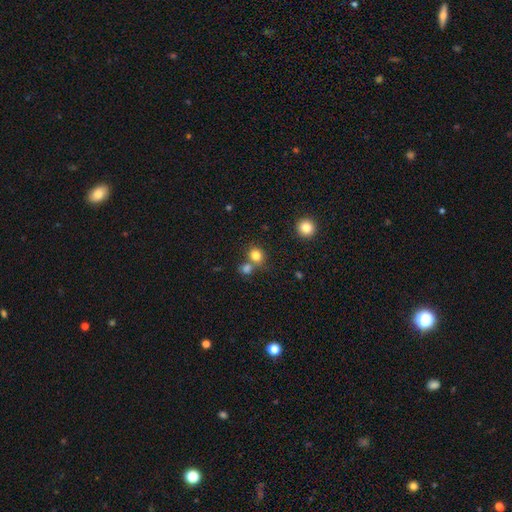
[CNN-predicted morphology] Smooth or featured? smooth (81%)
How rounded? round (75%)
Merging? none (59%)